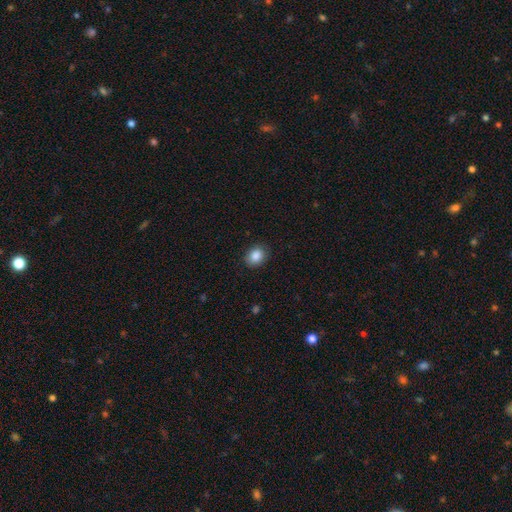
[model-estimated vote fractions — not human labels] Smooth or featured?
  - smooth: 87% *
  - star or artifact: 9%
  - featured or disk: 5%
How rounded?
  - round: 52% *
  - in between: 47%
  - cigar-shaped: 1%
Merging?
  - none: 87% *
  - minor disturbance: 9%
  - major disturbance: 3%
  - merger: 1%